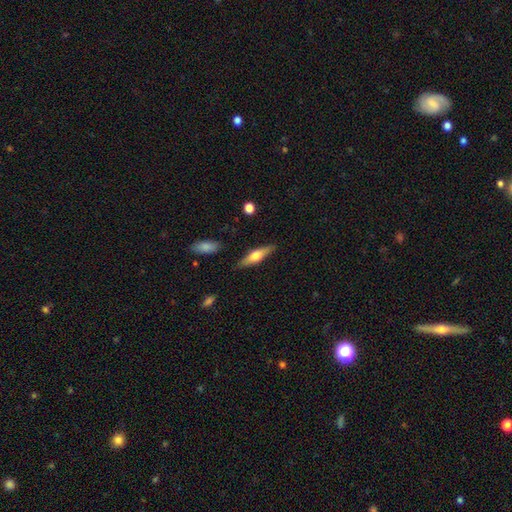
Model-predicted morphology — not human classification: Smooth or featured: smooth — 50% (featured or disk — 44%)
Merging: none — 85% (minor disturbance — 11%)